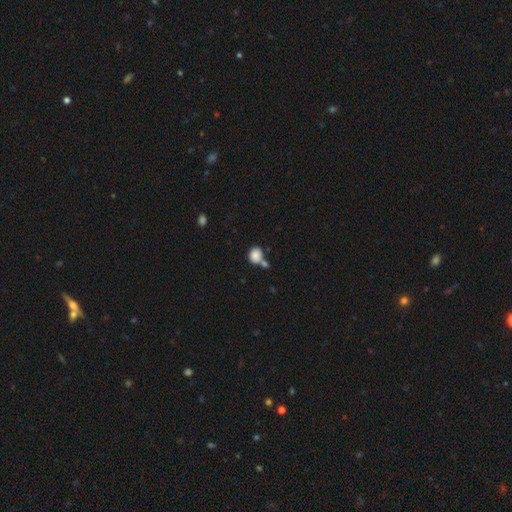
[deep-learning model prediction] smooth 85%, star or artifact 9%, featured or disk 6%. Down the decision tree: how rounded — round (62%); merging — none (50%).